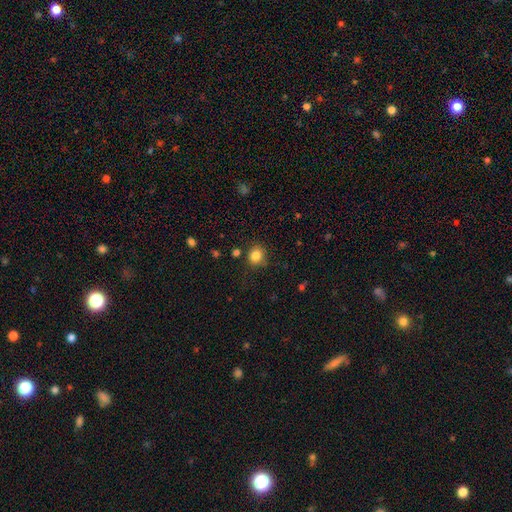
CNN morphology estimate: A smooth galaxy with no disk features (83%) that is round (80%). Merging: none (83%).